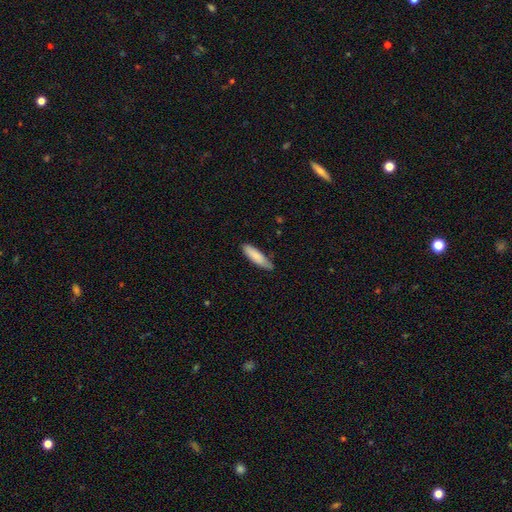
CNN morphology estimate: Overall: smooth (83%). How rounded: cigar-shaped (64%; in between 35%). Merging: none (75%).